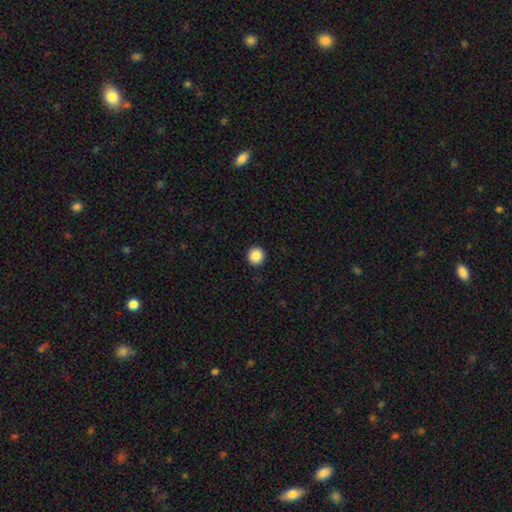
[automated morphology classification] Q: Smooth or featured?
A: smooth (88%); runner-up: star or artifact (9%)
Q: How rounded?
A: round (94%); runner-up: in between (5%)
Q: Merging?
A: none (93%); runner-up: minor disturbance (5%)